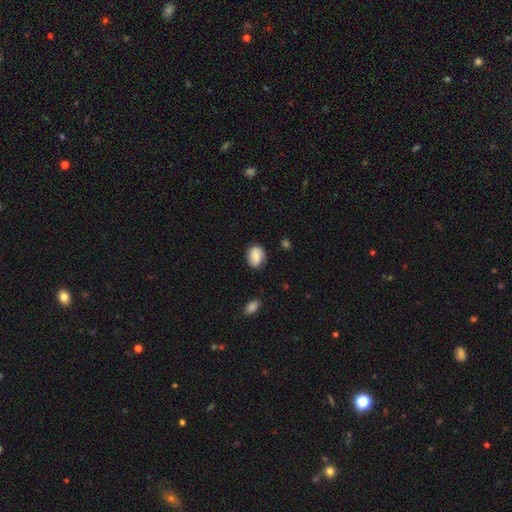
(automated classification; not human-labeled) smooth 56%, featured or disk 36%, star or artifact 8%. Down the decision tree: how rounded — in between (59%); merging — none (74%).